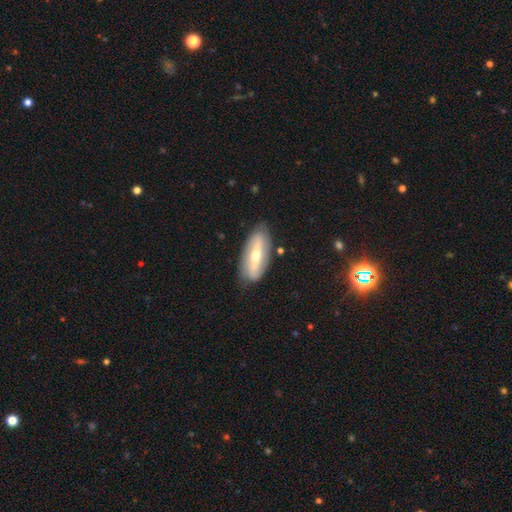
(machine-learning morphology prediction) Smooth or featured: featured or disk — 57% (smooth — 38%)
Edge-on disk: no — 77% (yes — 23%)
Merging: none — 79% (minor disturbance — 15%)